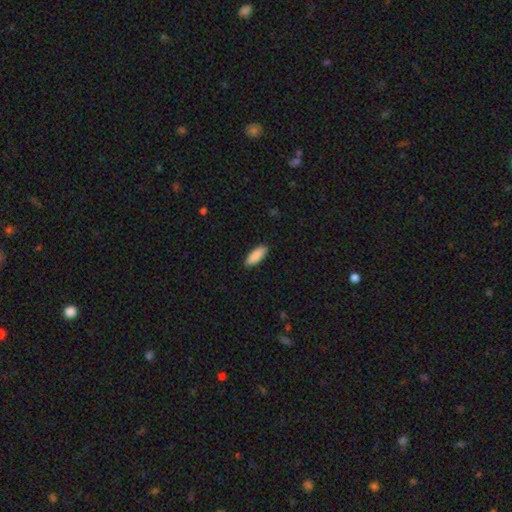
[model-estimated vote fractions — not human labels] This is clearly a smooth galaxy (90%). How rounded: likely in between (79%). Merging: clearly none (89%).